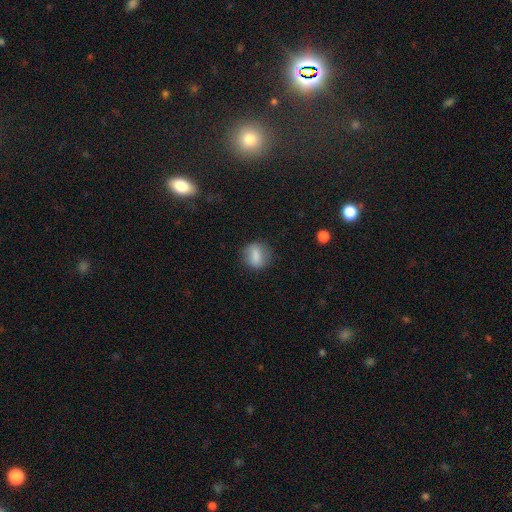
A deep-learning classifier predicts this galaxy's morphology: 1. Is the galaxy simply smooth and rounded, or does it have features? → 74% smooth, 17% featured or disk, 9% star or artifact.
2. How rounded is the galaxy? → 63% round, 34% in between, 3% cigar-shaped.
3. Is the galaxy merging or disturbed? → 80% none, 14% minor disturbance, 5% major disturbance, 2% merger.